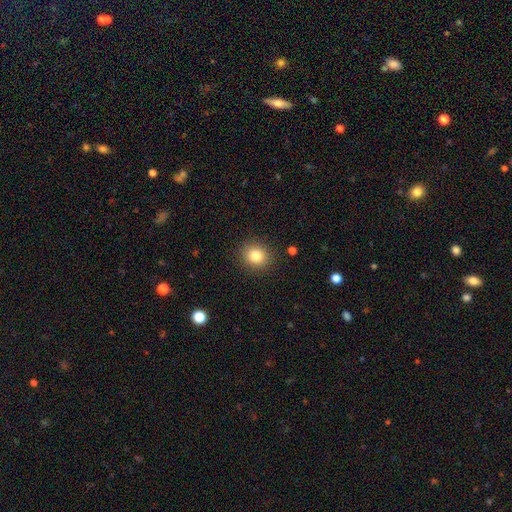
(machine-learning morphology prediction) The model was most divided on "how rounded": round: 73%, in between: 26%, cigar-shaped: 1%. More confident: merging — none (89%); smooth or featured — smooth (83%).